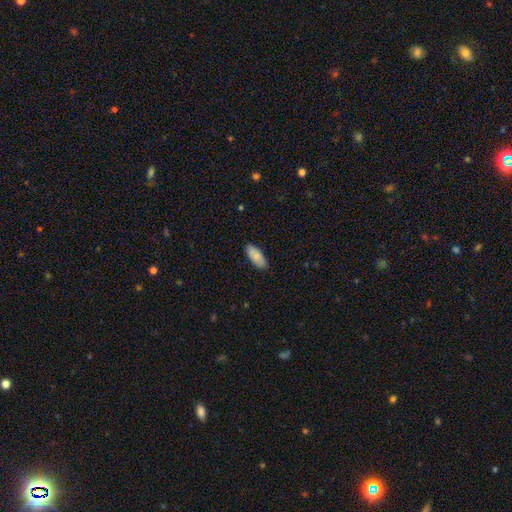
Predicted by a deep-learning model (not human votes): Morphology: type=smooth (85%); roundness=in between (82%); merging=none (85%).